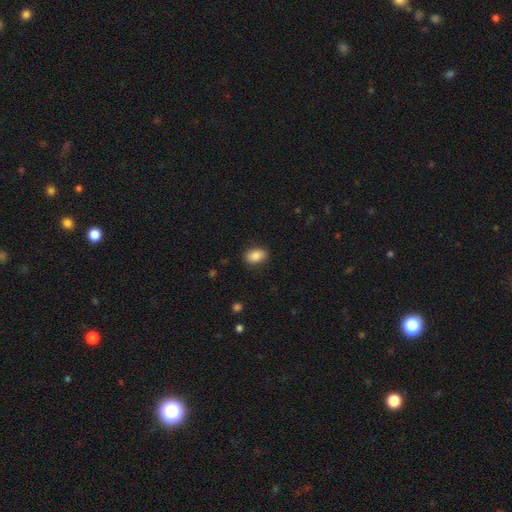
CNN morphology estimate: This is clearly a smooth galaxy (84%). How rounded: clearly in between (83%). Merging: clearly none (86%).